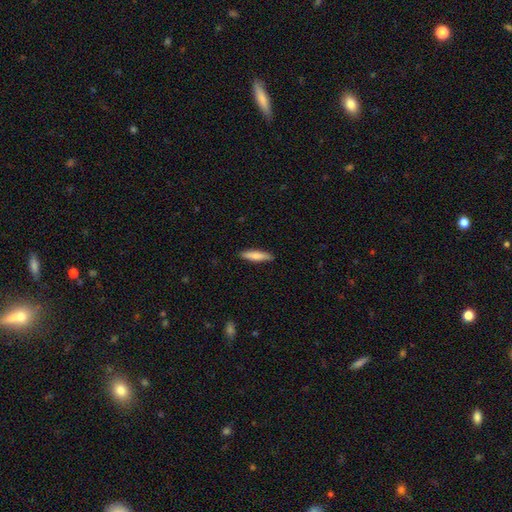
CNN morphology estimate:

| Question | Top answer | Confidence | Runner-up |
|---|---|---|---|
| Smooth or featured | smooth | 75% | featured or disk (20%) |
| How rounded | cigar-shaped | 81% | in between (17%) |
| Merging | none | 89% | minor disturbance (8%) |